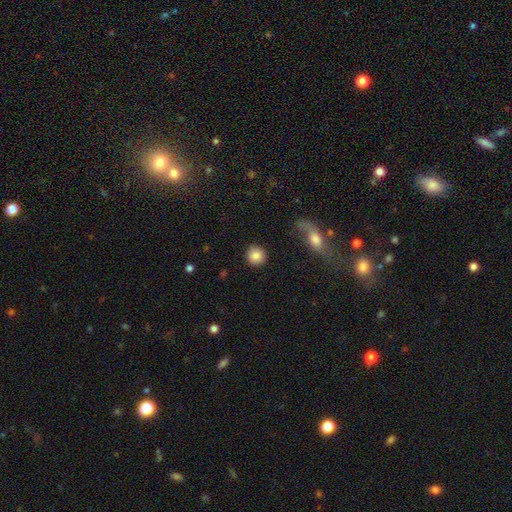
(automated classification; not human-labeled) Smooth or featured? Predicted: smooth (p=0.85). How rounded? Predicted: round (p=0.92). Merging? Predicted: none (p=0.88).